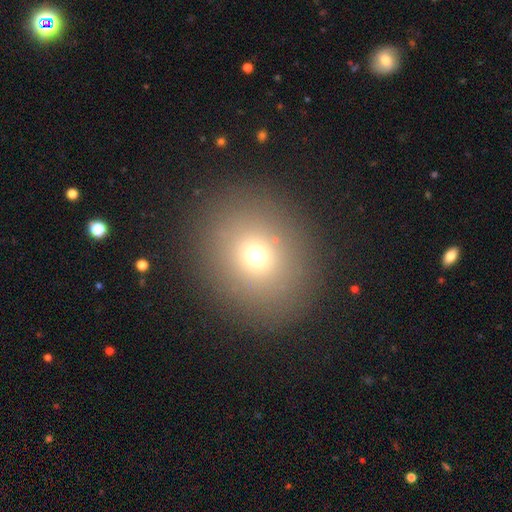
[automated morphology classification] Smooth or featured?
  - smooth: 71% *
  - star or artifact: 18%
  - featured or disk: 11%
How rounded?
  - round: 69% *
  - in between: 30%
  - cigar-shaped: 1%
Merging?
  - none: 88% *
  - minor disturbance: 7%
  - major disturbance: 4%
  - merger: 1%